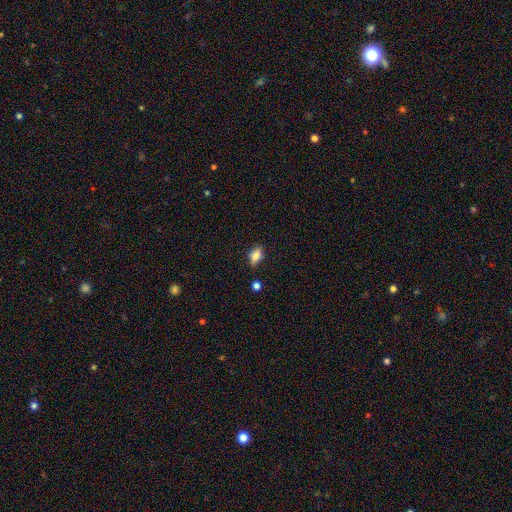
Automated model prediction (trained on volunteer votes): Smooth or featured: smooth — 70% (featured or disk — 21%)
How rounded: in between — 80% (cigar-shaped — 11%)
Merging: none — 77% (minor disturbance — 17%)